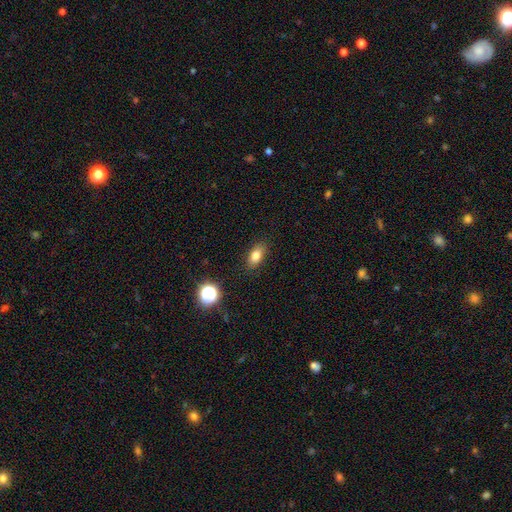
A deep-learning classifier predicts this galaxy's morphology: smooth 80%, star or artifact 11%, featured or disk 9%. Down the decision tree: how rounded — in between (84%); merging — none (87%).